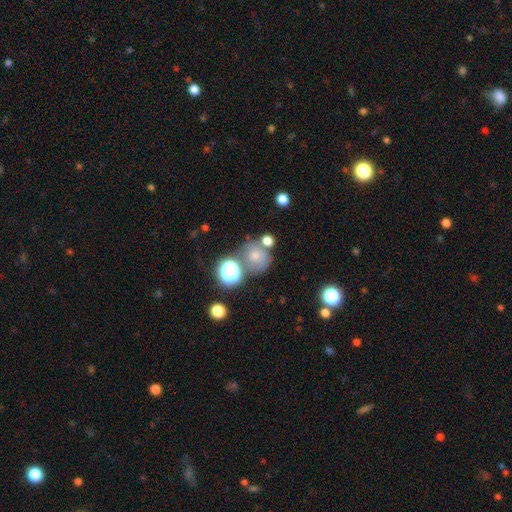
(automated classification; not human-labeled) Smooth or featured? smooth (66%)
How rounded? round (81%)
Merging? none (52%)